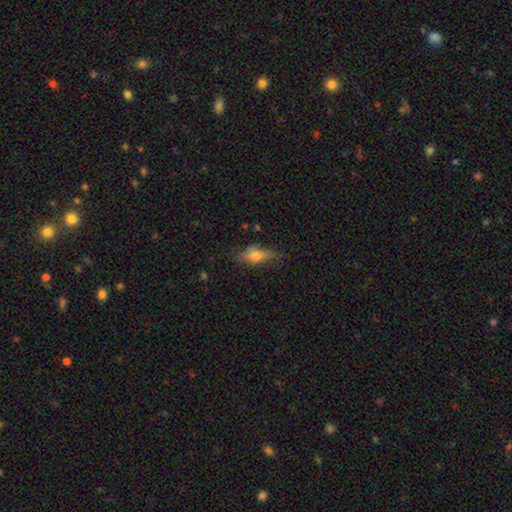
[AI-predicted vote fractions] smooth-or-featured: smooth: 61% | featured or disk: 29% | star or artifact: 10%
  how-rounded: in between: 72% | cigar-shaped: 21% | round: 7%
  merging: none: 61% | minor disturbance: 27% | major disturbance: 10% | merger: 2%